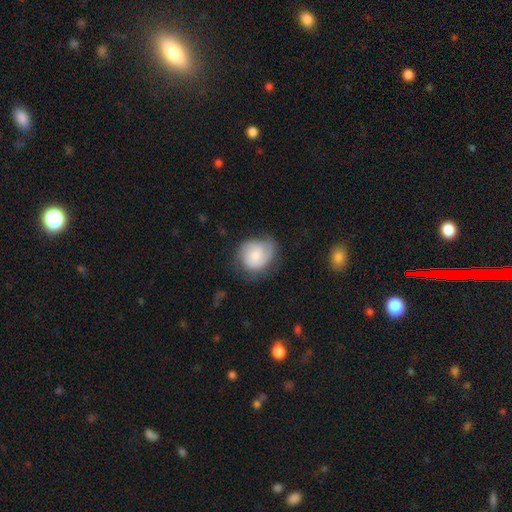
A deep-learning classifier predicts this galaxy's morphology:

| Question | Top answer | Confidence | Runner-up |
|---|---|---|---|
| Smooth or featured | smooth | 50% | featured or disk (43%) |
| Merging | none | 55% | minor disturbance (29%) |